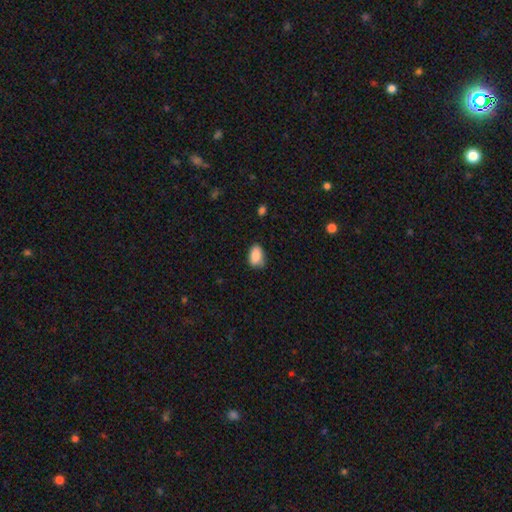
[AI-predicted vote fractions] Q: Smooth or featured?
A: smooth (87%); runner-up: star or artifact (8%)
Q: How rounded?
A: in between (86%); runner-up: round (13%)
Q: Merging?
A: none (71%); runner-up: minor disturbance (24%)